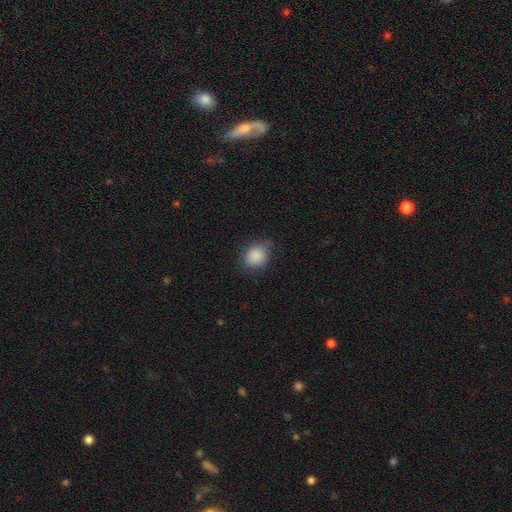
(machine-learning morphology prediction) This is clearly a smooth galaxy (87%). How rounded: possibly round (53%). Merging: likely none (73%).